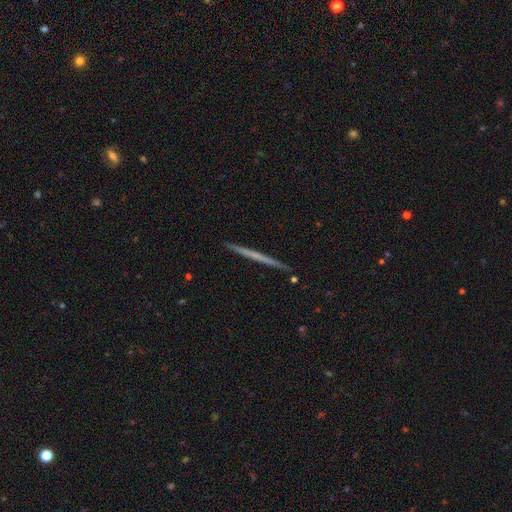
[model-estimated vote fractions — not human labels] Smooth or featured? featured or disk (58%)
Edge-on disk? yes (98%)
Edge-on bulge? none (91%)
Merging? none (92%)